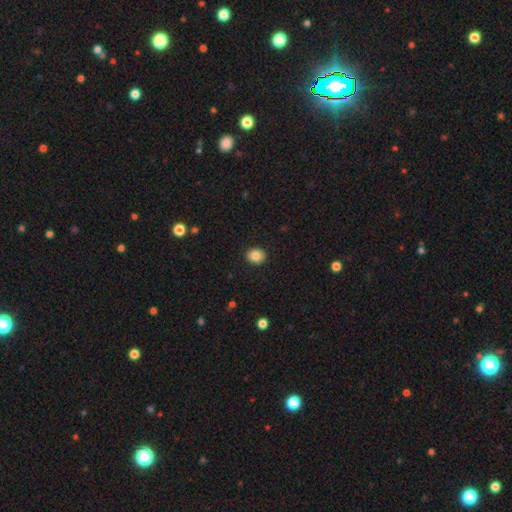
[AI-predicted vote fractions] Smooth or featured: smooth — 84% (star or artifact — 9%)
How rounded: round — 73% (in between — 26%)
Merging: none — 91% (minor disturbance — 6%)